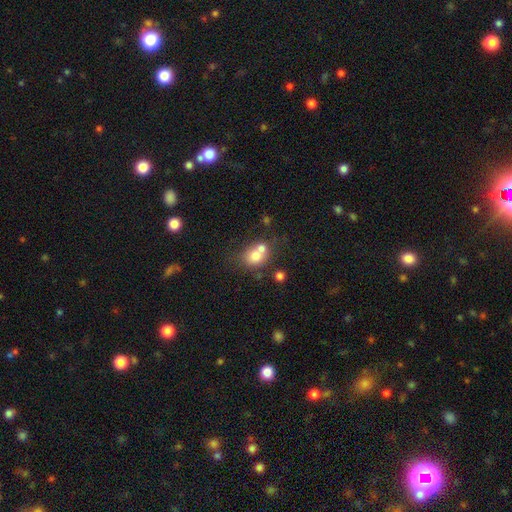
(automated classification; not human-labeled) This is likely a smooth galaxy (72%). How rounded: likely round (67%). Merging: possibly merger (49%).